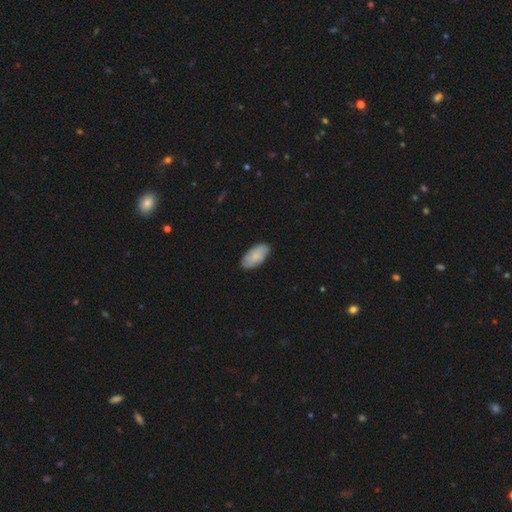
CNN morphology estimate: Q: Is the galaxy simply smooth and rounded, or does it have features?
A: smooth — 78%.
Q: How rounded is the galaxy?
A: in between — 94%.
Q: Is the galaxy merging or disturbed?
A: none — 84%.